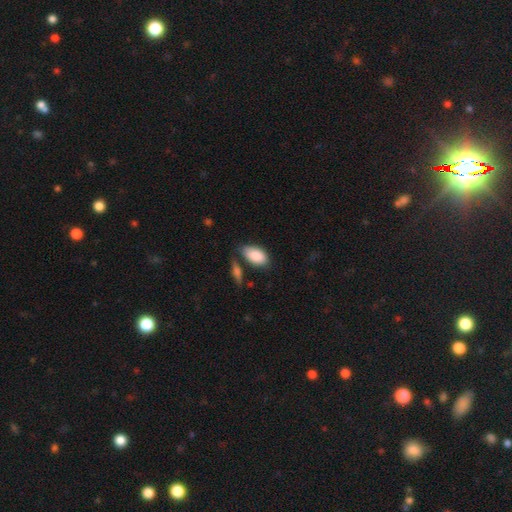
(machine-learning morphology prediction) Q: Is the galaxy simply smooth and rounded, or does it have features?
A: smooth — 88%.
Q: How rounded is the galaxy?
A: in between — 93%.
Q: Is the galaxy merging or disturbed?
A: none — 67%.